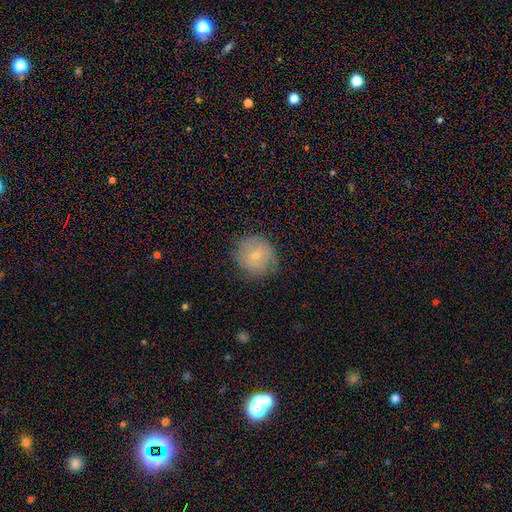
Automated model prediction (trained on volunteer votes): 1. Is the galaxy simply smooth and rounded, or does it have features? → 56% smooth, 35% featured or disk, 9% star or artifact.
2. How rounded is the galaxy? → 89% round, 10% in between, 1% cigar-shaped.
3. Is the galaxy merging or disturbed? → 78% none, 16% minor disturbance, 5% major disturbance, 1% merger.